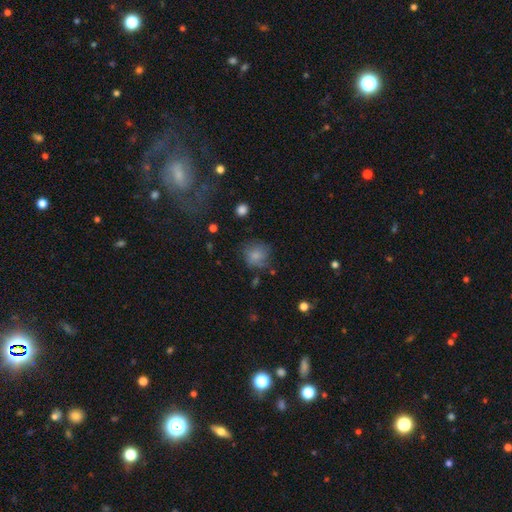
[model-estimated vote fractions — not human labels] Smooth or featured? smooth (75%)
How rounded? round (80%)
Merging? none (61%)